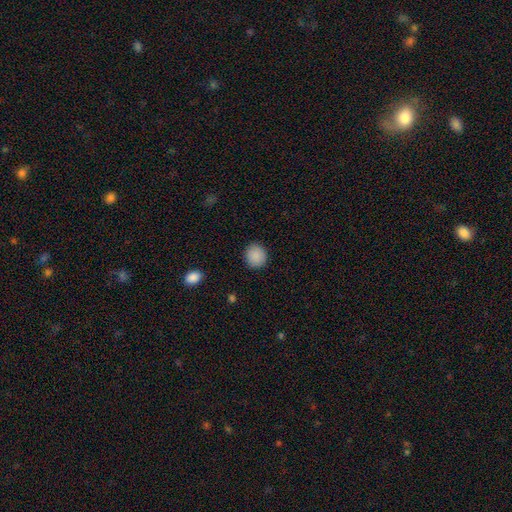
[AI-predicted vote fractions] This appears to be a smooth galaxy with no disk features (89%) that is round (84%). Merging: none (90%).